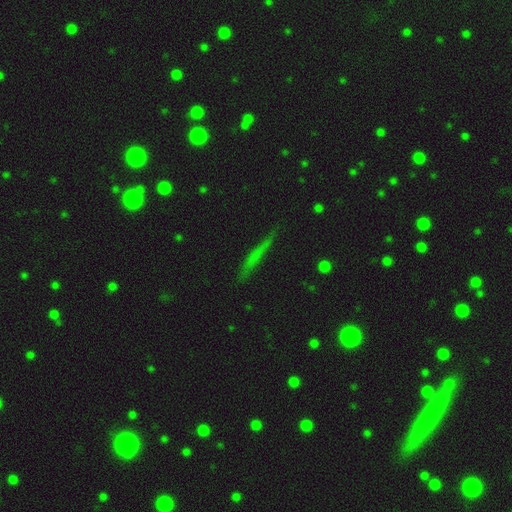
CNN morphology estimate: Smooth or featured? Predicted: smooth (p=0.47). Merging? Predicted: none (p=0.82).